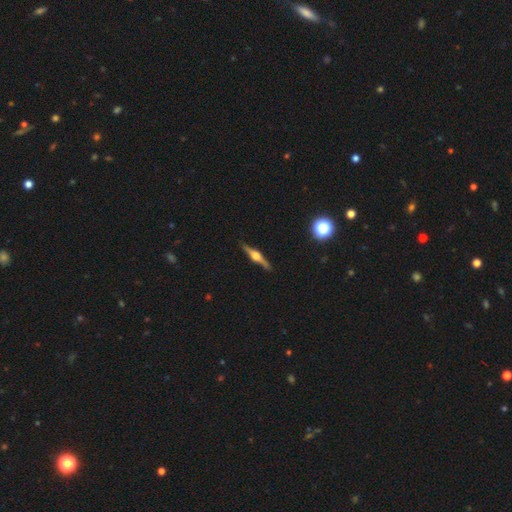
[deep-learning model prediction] Smooth or featured? featured or disk (82%)
Edge-on disk? yes (98%)
Edge-on bulge? rounded (92%)
Merging? none (89%)